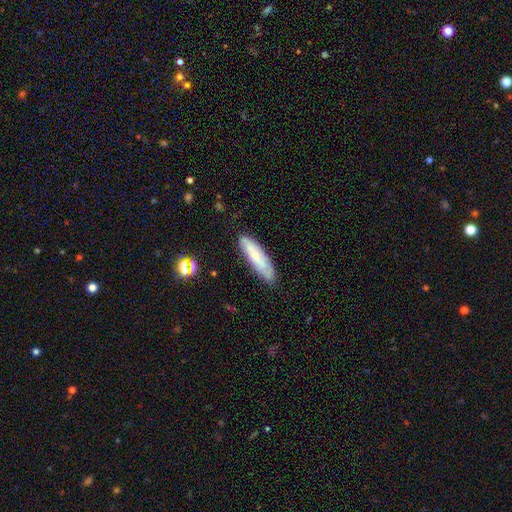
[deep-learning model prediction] Smooth or featured? Predicted: smooth (p=0.57). How rounded? Predicted: cigar-shaped (p=0.68). Merging? Predicted: none (p=0.80).